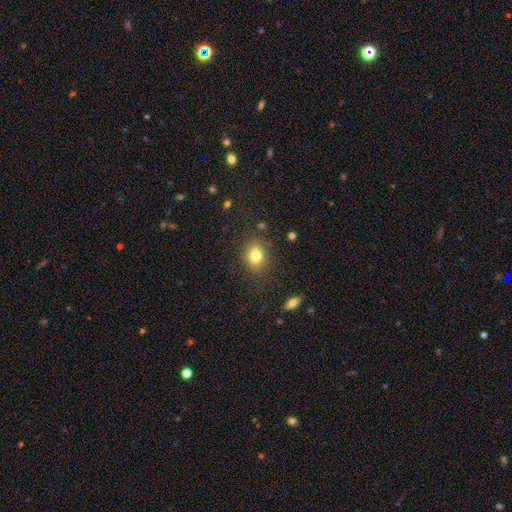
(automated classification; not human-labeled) smooth 80%, star or artifact 11%, featured or disk 9%. Down the decision tree: how rounded — in between (52%); merging — none (82%).